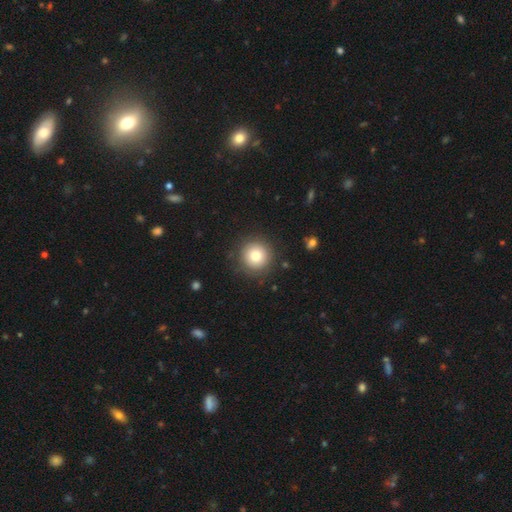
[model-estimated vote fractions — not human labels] Smooth or featured? smooth (80%)
How rounded? round (95%)
Merging? none (87%)